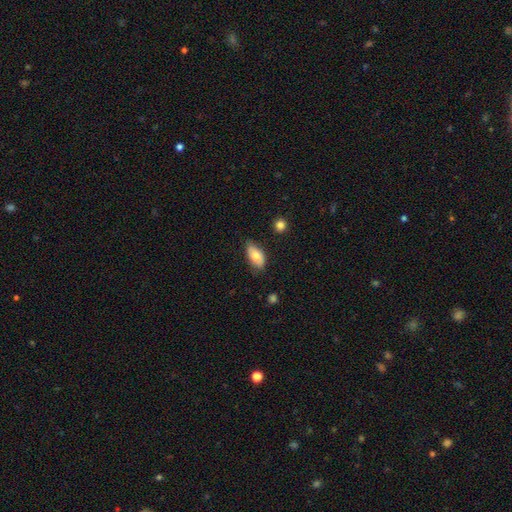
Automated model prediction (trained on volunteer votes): This appears to be a smooth galaxy with no disk features (73%) that is in between round and cigar-shaped (92%). Merging: none (68%).